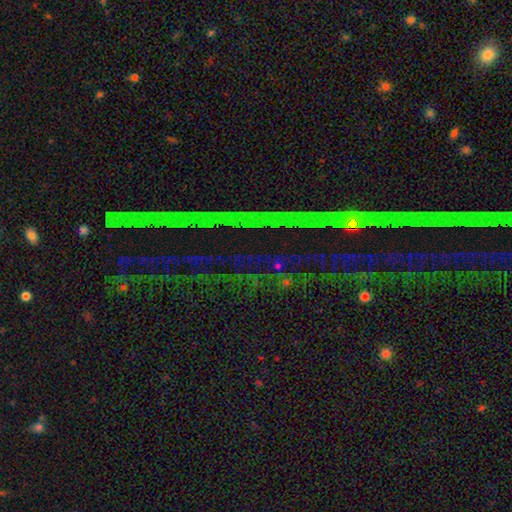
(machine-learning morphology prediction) Smooth or featured? star or artifact (78%)